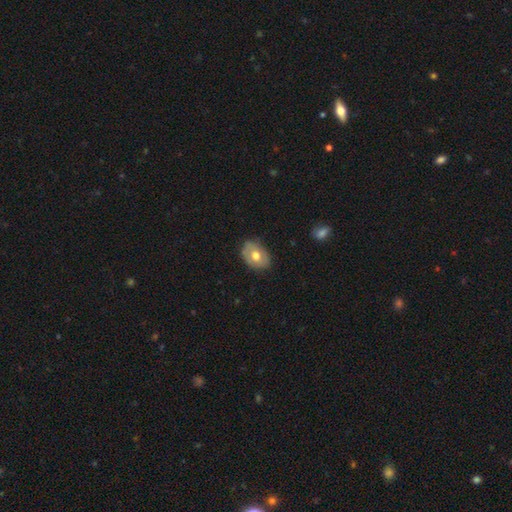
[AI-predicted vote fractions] Q: Smooth or featured?
A: smooth (58%); runner-up: featured or disk (35%)
Q: How rounded?
A: in between (73%); runner-up: round (26%)
Q: Merging?
A: none (75%); runner-up: minor disturbance (20%)